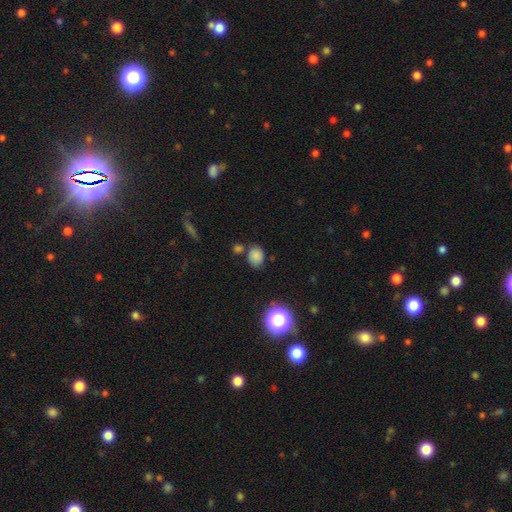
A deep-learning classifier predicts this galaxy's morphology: type=smooth (77%); roundness=in between (54%); merging=none (68%).